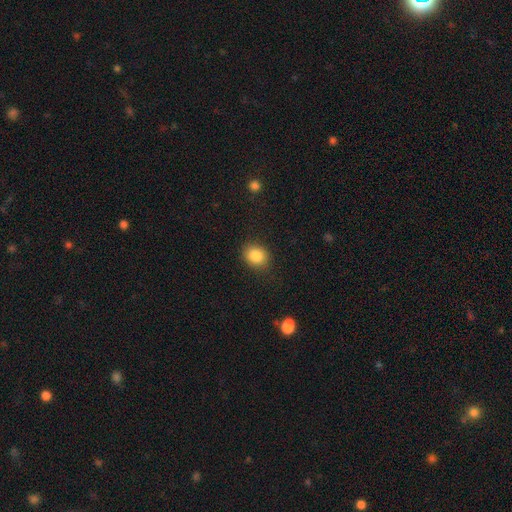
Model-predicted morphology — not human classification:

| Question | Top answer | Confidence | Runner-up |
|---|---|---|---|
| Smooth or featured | smooth | 86% | star or artifact (9%) |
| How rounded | round | 60% | in between (39%) |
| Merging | none | 84% | minor disturbance (11%) |